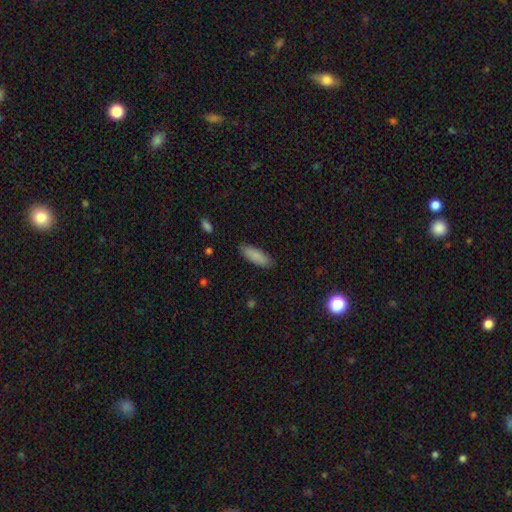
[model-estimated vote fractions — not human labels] smooth-or-featured: smooth: 88% | star or artifact: 6% | featured or disk: 6%
  how-rounded: in between: 62% | cigar-shaped: 37% | round: 2%
  merging: none: 87% | minor disturbance: 10% | major disturbance: 2% | merger: 1%